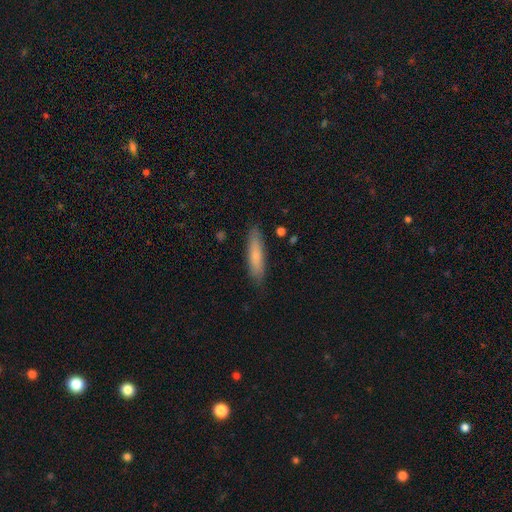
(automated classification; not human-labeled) Smooth or featured: smooth — 72% (featured or disk — 22%)
How rounded: cigar-shaped — 82% (in between — 16%)
Merging: none — 85% (minor disturbance — 12%)